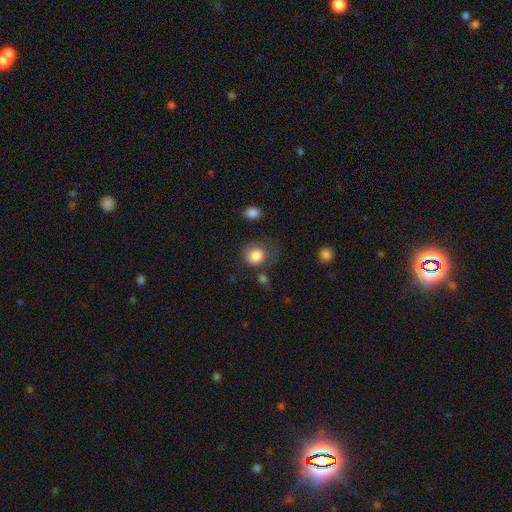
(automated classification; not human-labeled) Smooth or featured: smooth — 83% (star or artifact — 9%)
How rounded: round — 72% (in between — 27%)
Merging: none — 52% (minor disturbance — 25%)